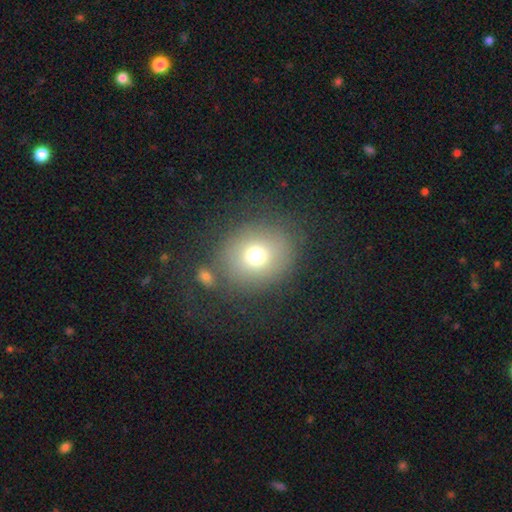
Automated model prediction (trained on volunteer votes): Smooth or featured? smooth (71%)
How rounded? round (80%)
Merging? none (72%)